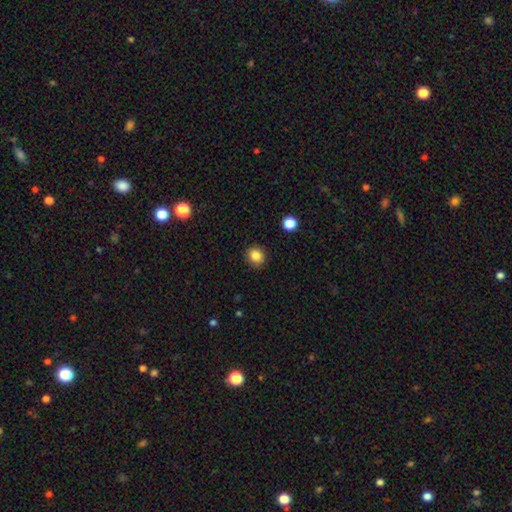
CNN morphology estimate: A smooth galaxy with no disk features (85%) that is round (81%). Merging: none (90%).